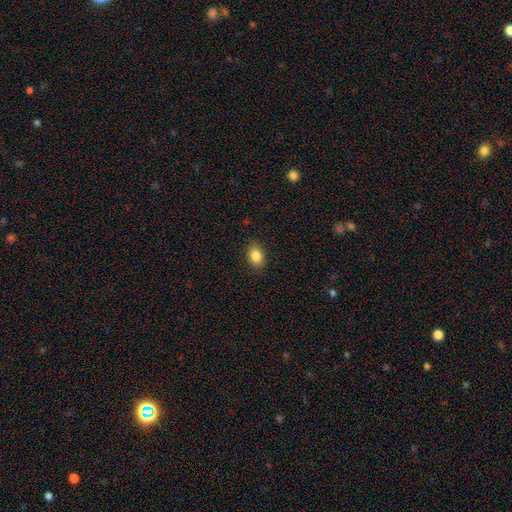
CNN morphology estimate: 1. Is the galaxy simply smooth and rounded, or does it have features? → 85% smooth, 9% star or artifact, 6% featured or disk.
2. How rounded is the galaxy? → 80% in between, 19% round, 1% cigar-shaped.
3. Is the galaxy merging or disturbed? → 88% none, 9% minor disturbance, 2% major disturbance, 1% merger.